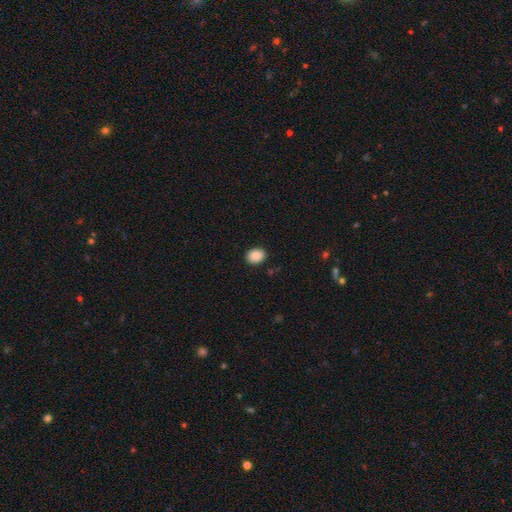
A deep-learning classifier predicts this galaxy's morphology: Smooth or featured? smooth (89%)
How rounded? in between (59%)
Merging? none (89%)